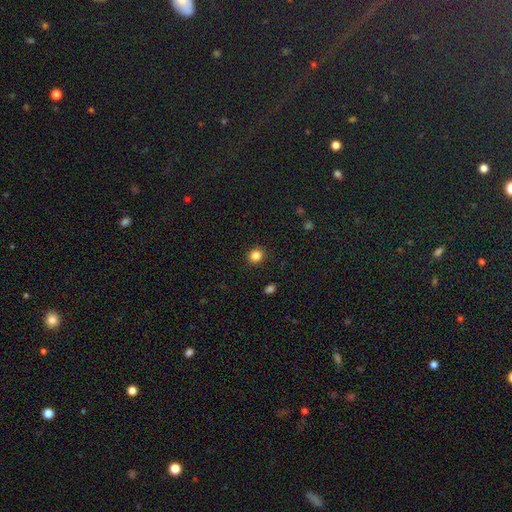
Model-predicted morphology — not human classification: Smooth or featured: smooth — 83% (star or artifact — 13%)
How rounded: round — 85% (in between — 14%)
Merging: none — 90% (minor disturbance — 6%)